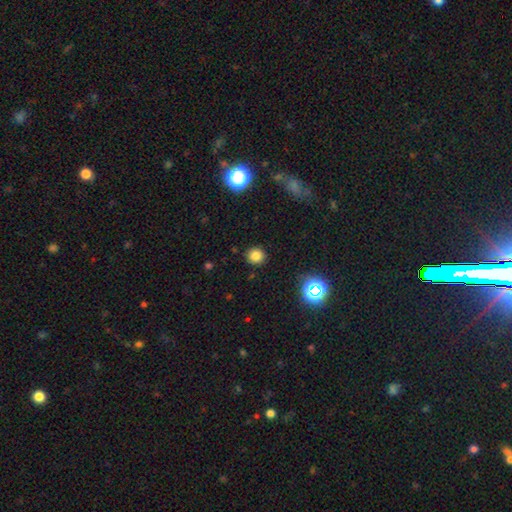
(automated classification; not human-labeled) Smooth or featured: smooth — 79% (star or artifact — 16%)
How rounded: round — 90% (in between — 9%)
Merging: none — 89% (minor disturbance — 7%)